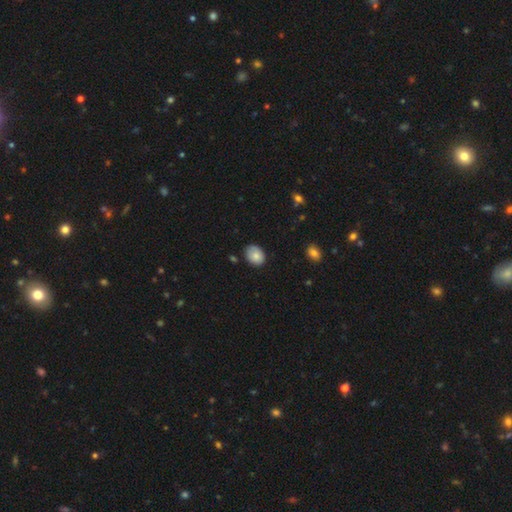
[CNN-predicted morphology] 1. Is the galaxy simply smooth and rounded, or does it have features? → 81% smooth, 10% featured or disk, 8% star or artifact.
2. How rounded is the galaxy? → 60% in between, 39% round, 1% cigar-shaped.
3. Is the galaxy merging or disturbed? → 77% none, 19% minor disturbance, 3% major disturbance, 2% merger.